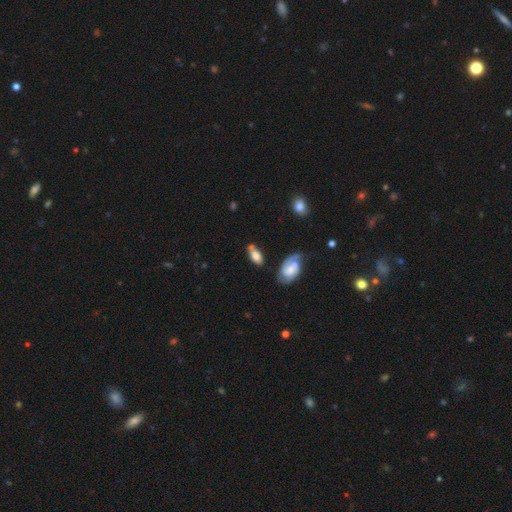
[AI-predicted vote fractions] Smooth or featured?
  - smooth: 64% *
  - featured or disk: 28%
  - star or artifact: 8%
How rounded?
  - in between: 86% *
  - cigar-shaped: 8%
  - round: 7%
Merging?
  - none: 52% *
  - minor disturbance: 21%
  - merger: 19%
  - major disturbance: 8%